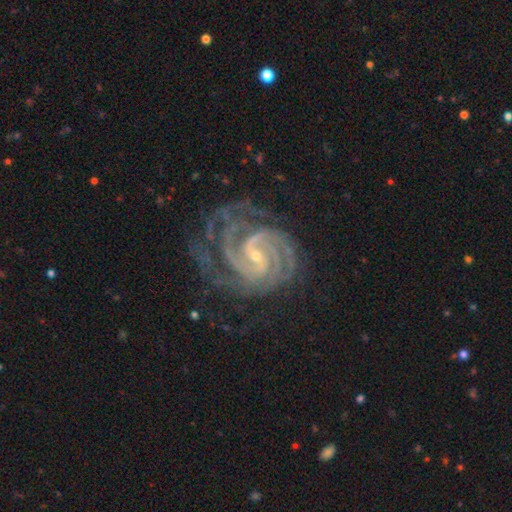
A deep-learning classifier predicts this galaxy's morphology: Smooth or featured?
  - featured or disk: 93% *
  - star or artifact: 5%
  - smooth: 2%
Edge-on disk?
  - no: 98% *
  - yes: 2%
Bar?
  - weak: 46% *
  - strong: 30%
  - no: 24%
Spiral arms?
  - yes: 99% *
  - no: 1%
Spiral winding?
  - tight: 69% *
  - medium: 27%
  - loose: 3%
Spiral arm count?
  - 2: 30% *
  - 3: 23%
  - 4: 20%
  - can't tell: 12%
  - more than 4: 9%
  - 1: 7%
Bulge size?
  - small: 77% *
  - moderate: 19%
  - none: 2%
  - large: 1%
  - dominant: 1%
Merging?
  - none: 65% *
  - minor disturbance: 20%
  - major disturbance: 13%
  - merger: 2%